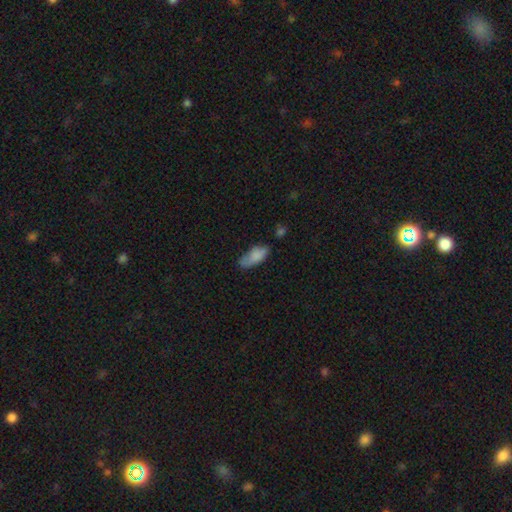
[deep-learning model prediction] Morphology: type=smooth (83%); roundness=in between (80%); merging=none (51%).